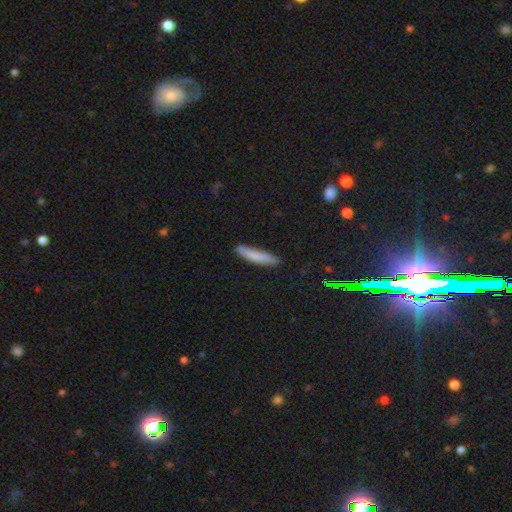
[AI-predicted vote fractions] This appears to be a smooth galaxy with no disk features (78%) that is cigar-shaped (90%). Merging: none (82%).